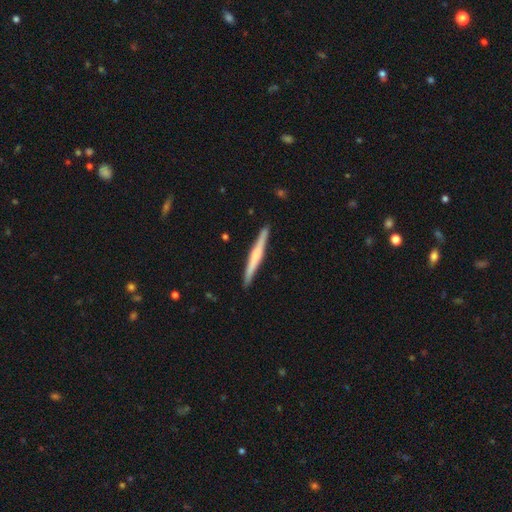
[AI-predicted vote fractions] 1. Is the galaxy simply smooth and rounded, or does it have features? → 59% featured or disk, 36% smooth, 5% star or artifact.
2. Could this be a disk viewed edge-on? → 98% yes, 2% no.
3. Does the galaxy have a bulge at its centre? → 52% rounded, 31% none, 17% boxy.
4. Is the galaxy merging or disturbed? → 92% none, 6% minor disturbance, 1% major disturbance, 1% merger.